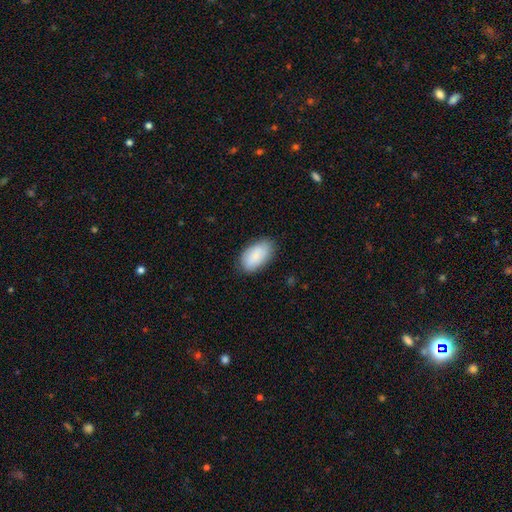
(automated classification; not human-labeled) The model was most divided on "merging": none: 81%, minor disturbance: 15%, major disturbance: 3%, merger: 1%. More confident: how rounded — in between (95%); smooth or featured — smooth (86%).